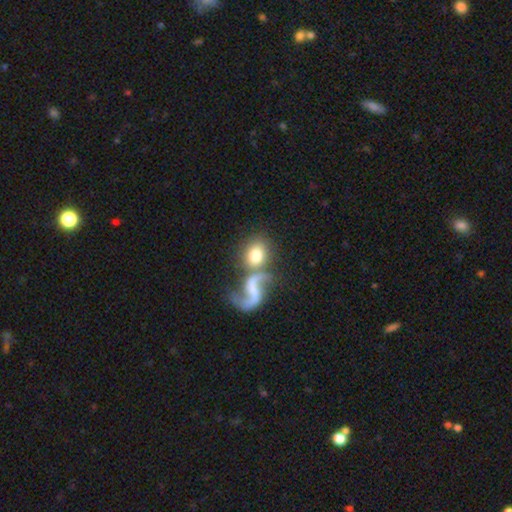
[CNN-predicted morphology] The model was most divided on "how rounded" (2-way tie): round: 49%, in between: 49%, cigar-shaped: 2%. Remaining: smooth or featured — smooth (64%); merging — none (43%).